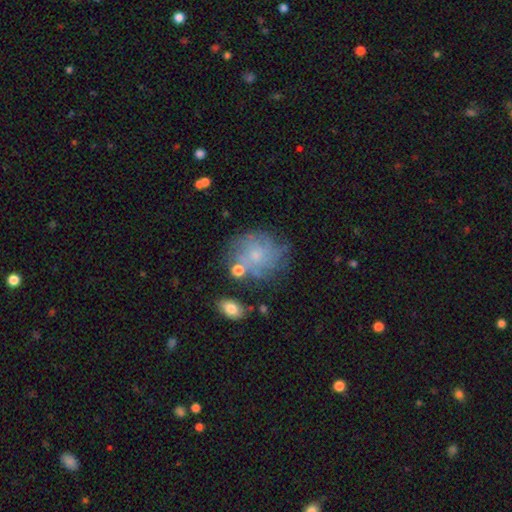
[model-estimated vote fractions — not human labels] This is possibly a featured or disk galaxy (51%). It is clearly not viewed edge-on (97%). Merging: likely none (60%).